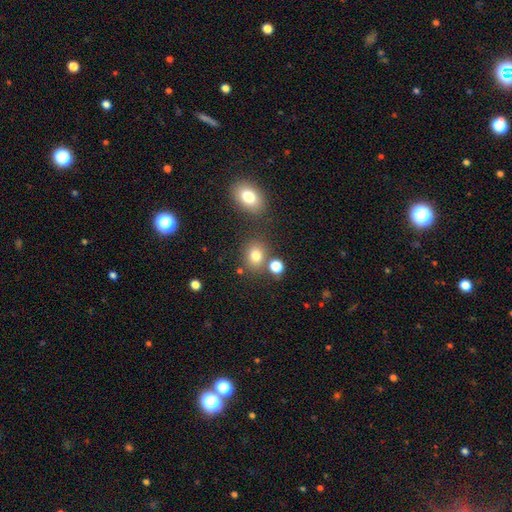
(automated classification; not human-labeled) smooth_or_featured: smooth (p=0.78) [alt: star or artifact p=0.14]
how_rounded: round (p=0.60) [alt: in between p=0.39]
merging: none (p=0.72) [alt: merger p=0.13]